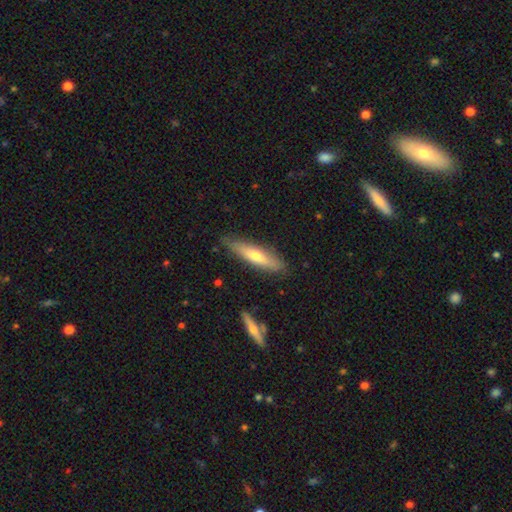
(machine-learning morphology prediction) Smooth or featured?
  - smooth: 56% *
  - featured or disk: 38%
  - star or artifact: 6%
How rounded?
  - cigar-shaped: 77% *
  - in between: 22%
  - round: 1%
Merging?
  - none: 82% *
  - minor disturbance: 14%
  - major disturbance: 2%
  - merger: 2%